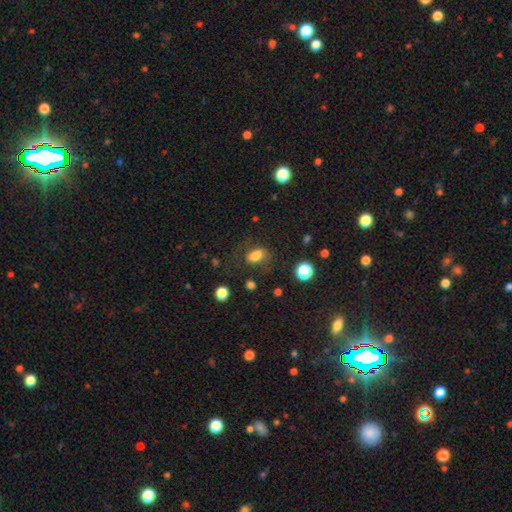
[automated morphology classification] Smooth or featured? smooth (77%)
How rounded? in between (78%)
Merging? none (60%)